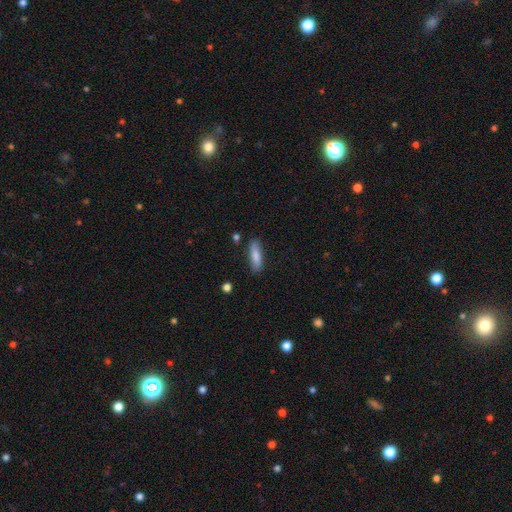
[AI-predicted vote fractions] This appears to be a smooth galaxy with no disk features (81%) that is cigar-shaped (59%). Merging: none (82%).